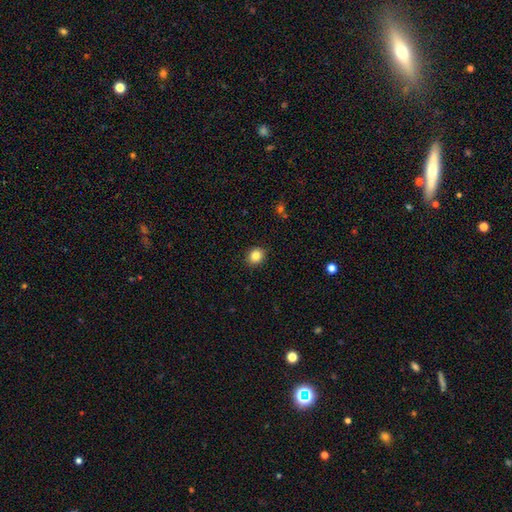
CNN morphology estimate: Smooth or featured: smooth — 85% (star or artifact — 10%)
How rounded: round — 73% (in between — 26%)
Merging: none — 90% (minor disturbance — 7%)